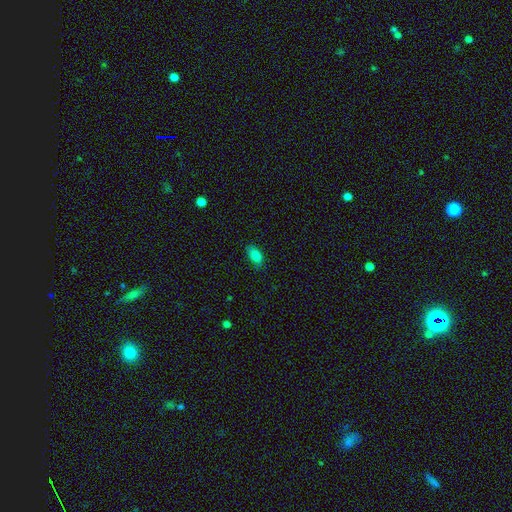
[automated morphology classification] Q: Smooth or featured?
A: smooth (86%); runner-up: star or artifact (10%)
Q: How rounded?
A: in between (91%); runner-up: round (5%)
Q: Merging?
A: none (78%); runner-up: minor disturbance (17%)